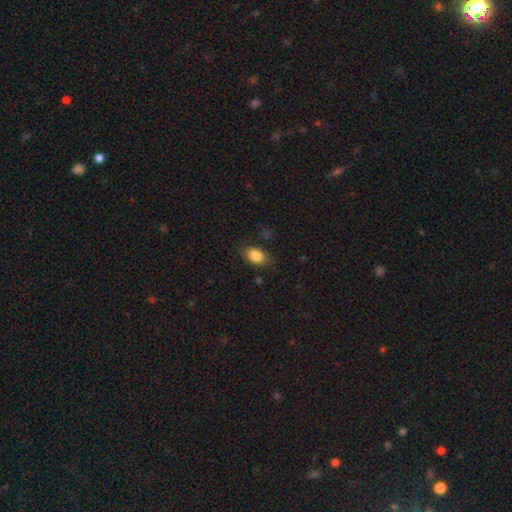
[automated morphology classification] Smooth or featured: smooth — 84% (star or artifact — 8%)
How rounded: in between — 85% (round — 13%)
Merging: none — 81% (minor disturbance — 14%)